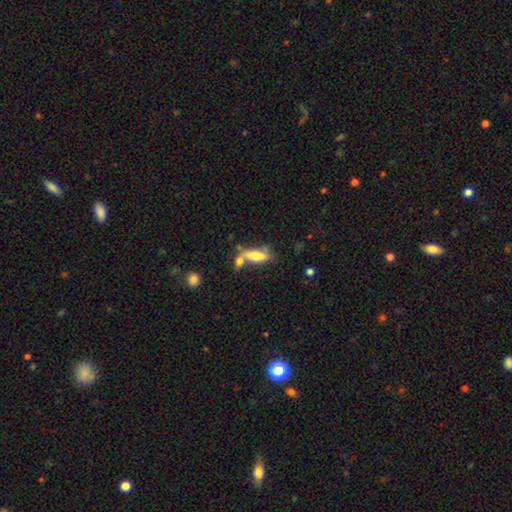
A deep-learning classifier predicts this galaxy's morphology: Smooth or featured?
  - smooth: 60% *
  - featured or disk: 33%
  - star or artifact: 8%
How rounded?
  - in between: 50% *
  - cigar-shaped: 48%
  - round: 3%
Merging?
  - none: 45% *
  - merger: 34%
  - minor disturbance: 15%
  - major disturbance: 7%